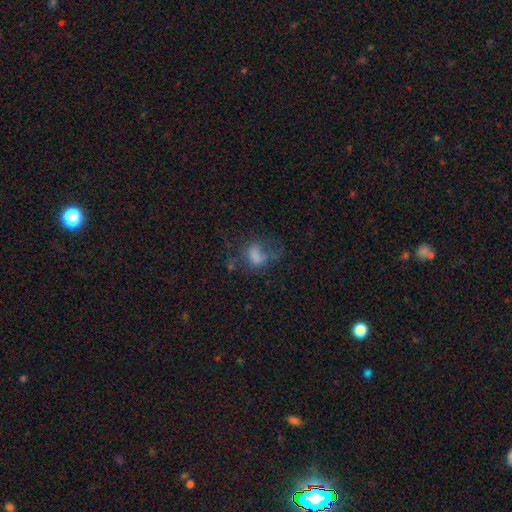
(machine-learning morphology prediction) This appears to be a smooth galaxy with no disk features (55%) that is in between round and cigar-shaped (65%). Merging: major disturbance (39%).